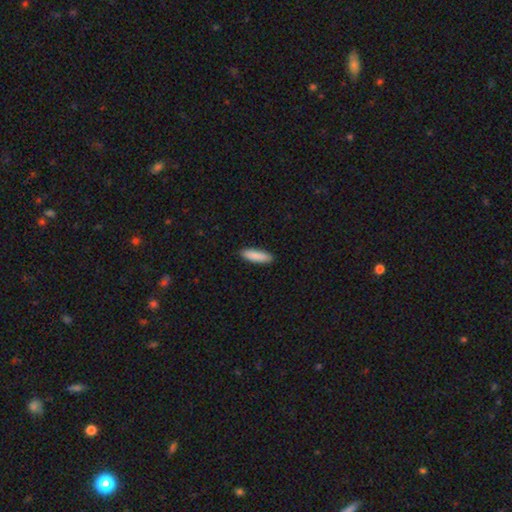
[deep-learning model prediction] The model was most divided on "how rounded": cigar-shaped: 62%, in between: 37%, round: 1%. More confident: merging — none (90%); smooth or featured — smooth (89%).